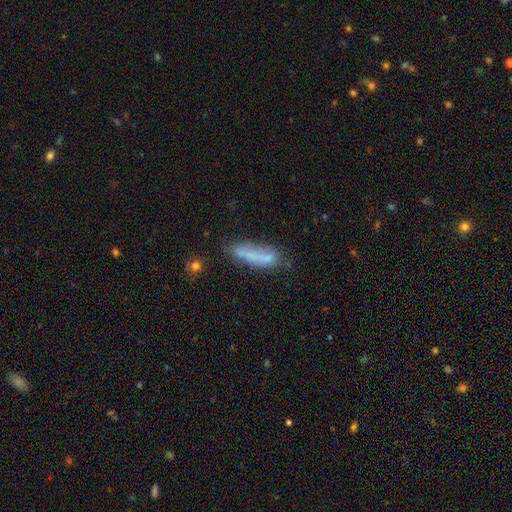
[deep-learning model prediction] The model was most divided on "merging": none: 56%, minor disturbance: 24%, major disturbance: 11%, merger: 10%. More confident: how rounded — cigar-shaped (76%); smooth or featured — smooth (65%).